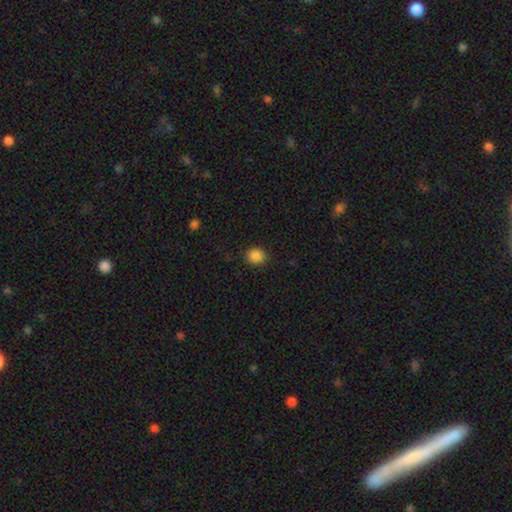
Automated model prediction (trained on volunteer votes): Morphology: type=smooth (87%); roundness=round (75%); merging=none (88%).